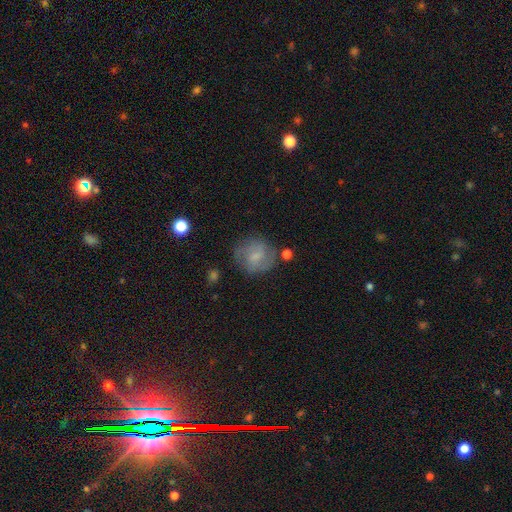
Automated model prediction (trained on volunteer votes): smooth_or_featured: smooth (p=0.51) [alt: featured or disk p=0.40]
how_rounded: round (p=0.80) [alt: in between p=0.19]
merging: none (p=0.68) [alt: minor disturbance p=0.20]